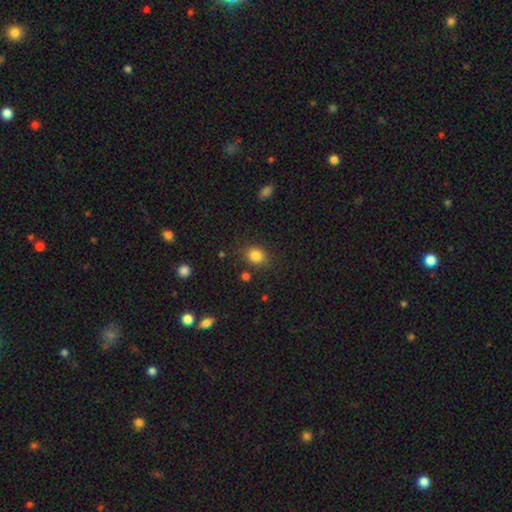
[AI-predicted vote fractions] Smooth or featured: smooth — 83% (star or artifact — 11%)
How rounded: round — 57% (in between — 42%)
Merging: none — 80% (minor disturbance — 13%)